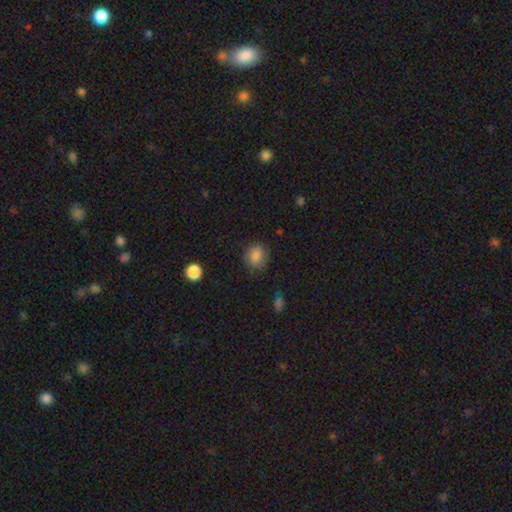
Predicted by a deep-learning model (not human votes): Smooth or featured?
  - smooth: 81% *
  - featured or disk: 10%
  - star or artifact: 9%
How rounded?
  - round: 67% *
  - in between: 32%
  - cigar-shaped: 1%
Merging?
  - none: 78% *
  - minor disturbance: 16%
  - major disturbance: 5%
  - merger: 1%